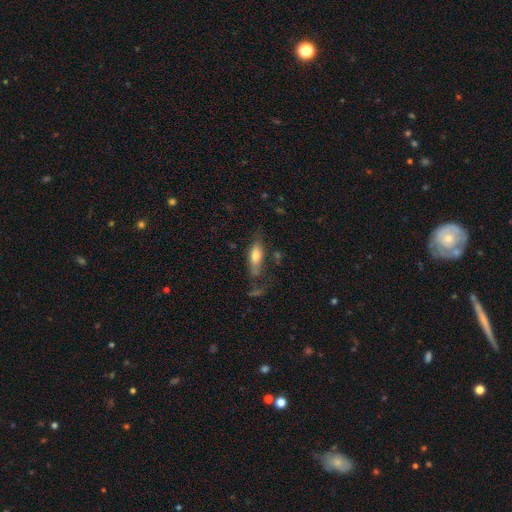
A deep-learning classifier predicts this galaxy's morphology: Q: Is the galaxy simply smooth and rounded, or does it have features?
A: smooth — 63%.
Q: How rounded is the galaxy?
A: in between — 63%.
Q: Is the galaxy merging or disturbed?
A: none — 51%.